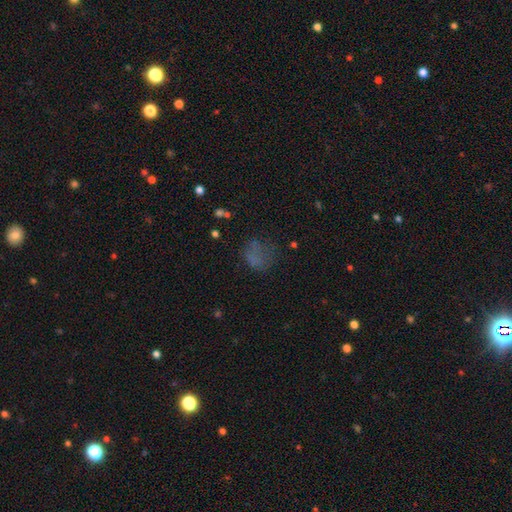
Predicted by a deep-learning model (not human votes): A smooth galaxy with no disk features (58%) that is round (57%). Merging: none (47%).